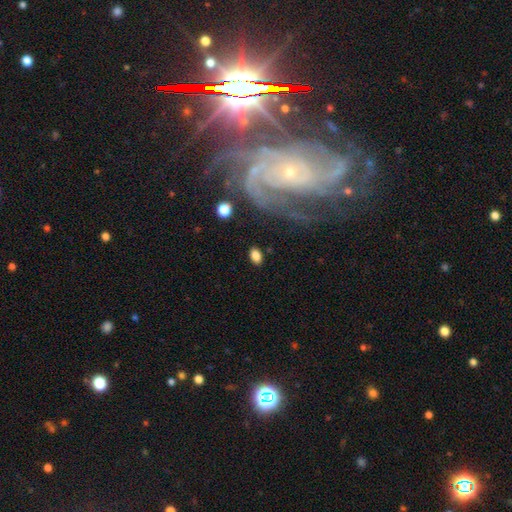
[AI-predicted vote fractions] Smooth or featured?
  - smooth: 82% *
  - featured or disk: 9%
  - star or artifact: 9%
How rounded?
  - in between: 90% *
  - round: 8%
  - cigar-shaped: 2%
Merging?
  - none: 83% *
  - minor disturbance: 11%
  - major disturbance: 4%
  - merger: 2%